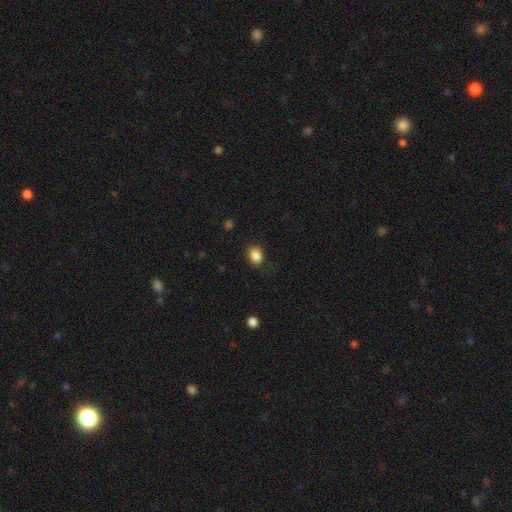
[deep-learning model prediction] Smooth or featured: smooth — 87% (star or artifact — 10%)
How rounded: in between — 60% (round — 39%)
Merging: none — 81% (minor disturbance — 14%)